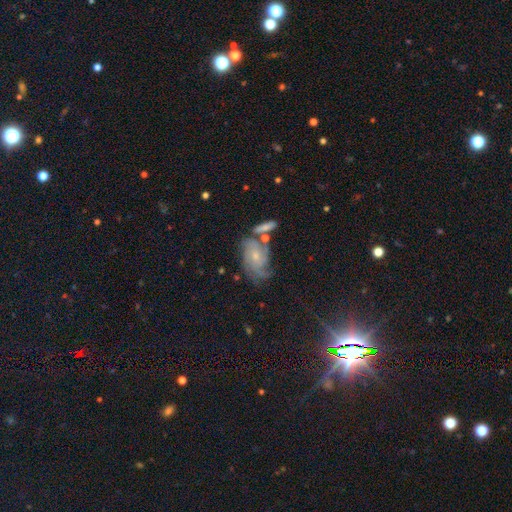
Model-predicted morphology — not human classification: Smooth or featured?
  - featured or disk: 72% *
  - smooth: 16%
  - star or artifact: 12%
Edge-on disk?
  - no: 95% *
  - yes: 5%
Bar?
  - no: 73% *
  - weak: 22%
  - strong: 4%
Spiral arms?
  - yes: 93% *
  - no: 7%
Spiral winding?
  - tight: 54% *
  - medium: 34%
  - loose: 12%
Spiral arm count?
  - can't tell: 34% *
  - 3: 24%
  - 2: 18%
  - 4: 12%
  - 1: 6%
  - more than 4: 6%
Bulge size?
  - small: 68% *
  - moderate: 27%
  - none: 2%
  - large: 1%
  - dominant: 1%
Merging?
  - none: 54% *
  - minor disturbance: 21%
  - merger: 14%
  - major disturbance: 11%